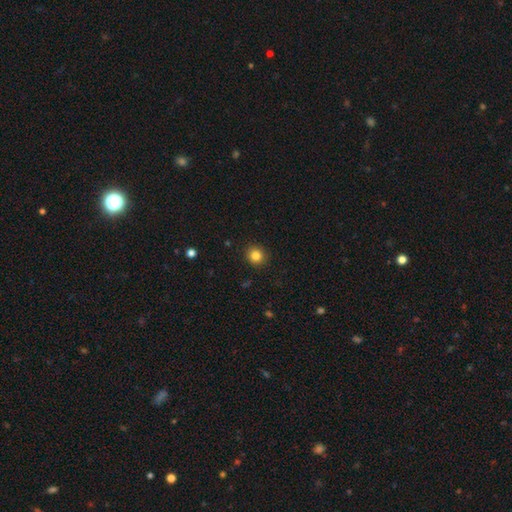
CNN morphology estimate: Overall: smooth (84%). How rounded: round (90%). Merging: none (91%).